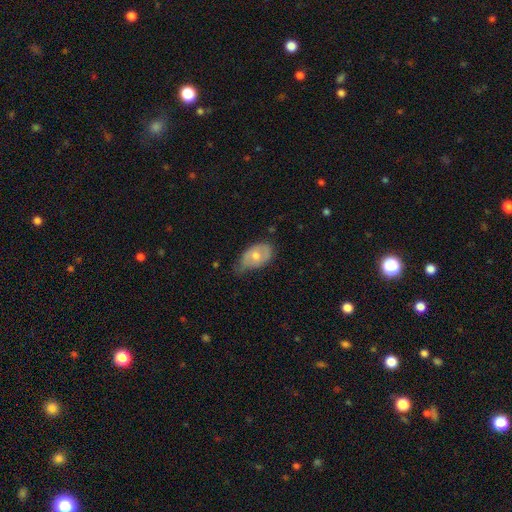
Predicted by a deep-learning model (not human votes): The model was most divided on "merging": minor disturbance: 44%, none: 42%, major disturbance: 12%, merger: 2%. More confident: how rounded — in between (89%); smooth or featured — smooth (51%).